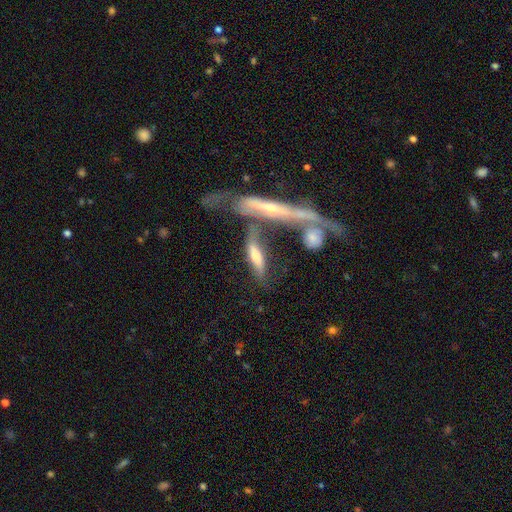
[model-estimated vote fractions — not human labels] Smooth or featured? Predicted: smooth (p=0.47). Merging? Predicted: none (p=0.37).